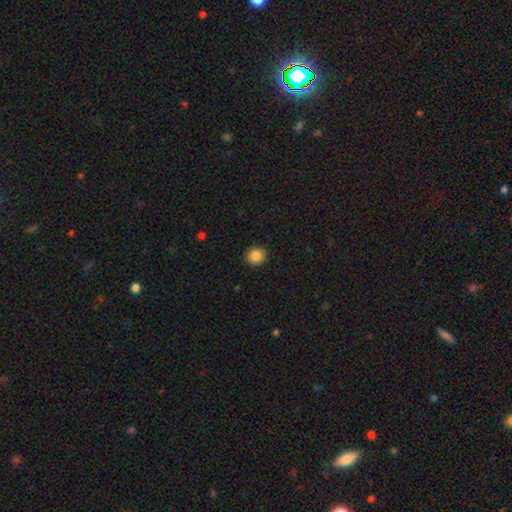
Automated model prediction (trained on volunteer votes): Q: Smooth or featured?
A: smooth (86%); runner-up: star or artifact (9%)
Q: How rounded?
A: round (87%); runner-up: in between (12%)
Q: Merging?
A: none (91%); runner-up: minor disturbance (6%)